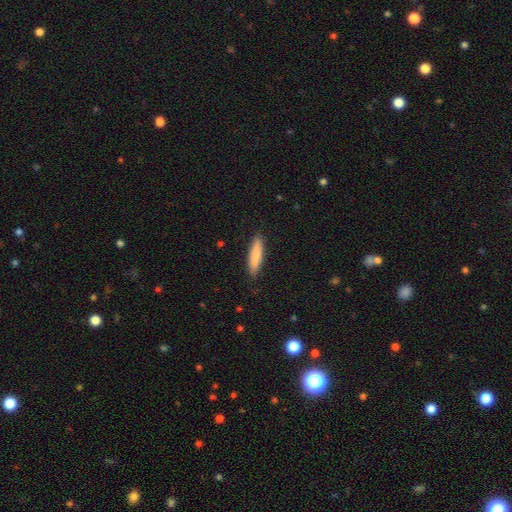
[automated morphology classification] Overall: smooth (81%). How rounded: cigar-shaped (80%). Merging: none (88%).